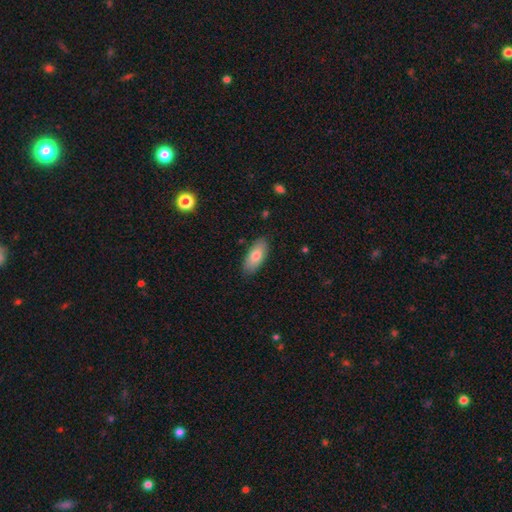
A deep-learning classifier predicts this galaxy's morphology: This appears to be a smooth galaxy with no disk features (79%) that is in between round and cigar-shaped (86%). Merging: none (86%).